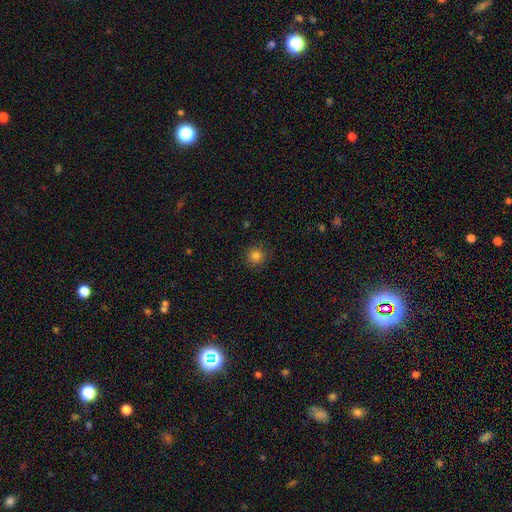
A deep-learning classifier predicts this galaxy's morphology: Overall: smooth (83%). How rounded: round (94%). Merging: none (90%).